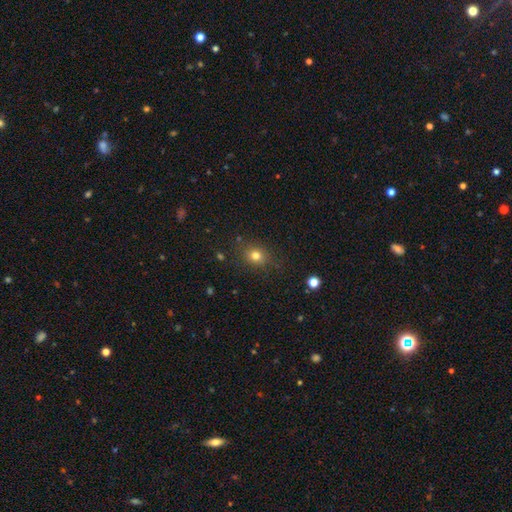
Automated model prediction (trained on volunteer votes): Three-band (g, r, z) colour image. It shows a smooth galaxy with no disk features (78%) that is round (62%). Merging: none (81%).